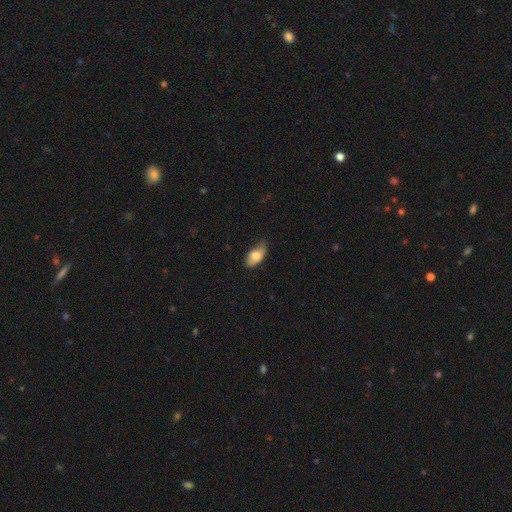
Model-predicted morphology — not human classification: This is likely a smooth galaxy (77%). How rounded: clearly in between (92%). Merging: likely none (63%).